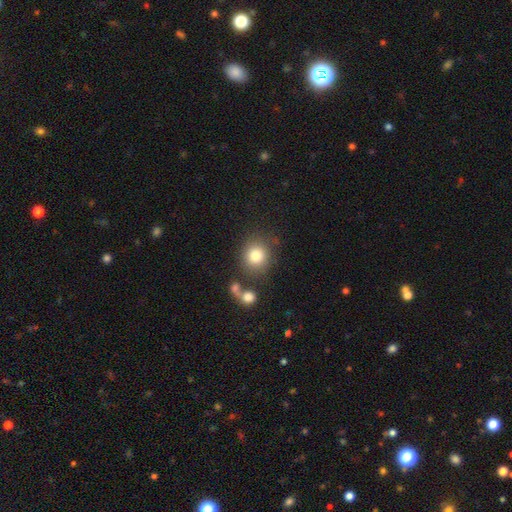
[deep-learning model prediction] This is clearly a smooth galaxy (82%). How rounded: clearly round (80%). Merging: likely none (70%).